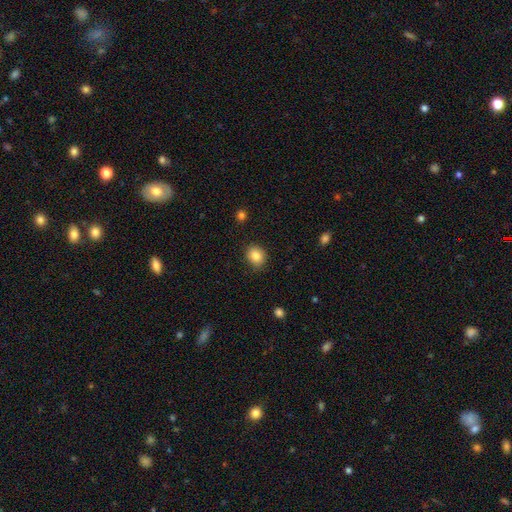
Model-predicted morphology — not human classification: smooth 86%, star or artifact 9%, featured or disk 5%. Down the decision tree: how rounded — round (62%); merging — none (85%).